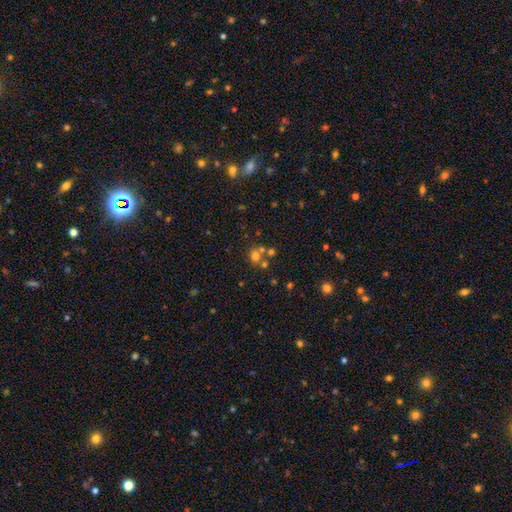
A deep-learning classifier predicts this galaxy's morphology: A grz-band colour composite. It shows a smooth galaxy with no disk features (62%) that is round (78%). Merging: none (51%).